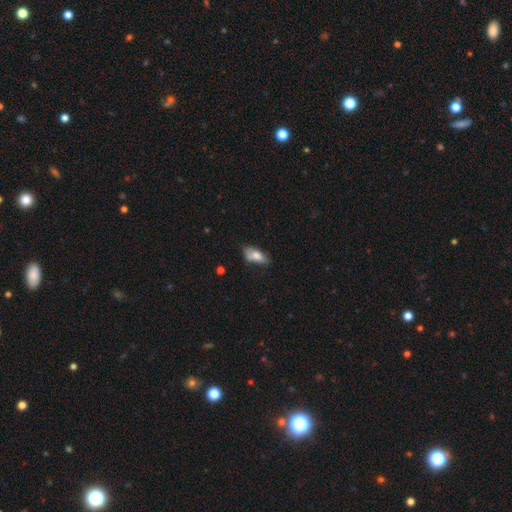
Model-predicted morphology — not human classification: Smooth or featured: smooth — 73% (featured or disk — 20%)
How rounded: in between — 86% (cigar-shaped — 11%)
Merging: none — 50% (minor disturbance — 33%)